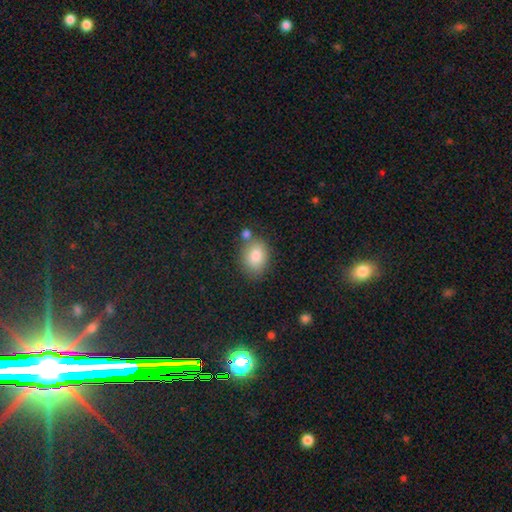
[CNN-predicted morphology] Smooth or featured?
  - smooth: 84% *
  - star or artifact: 8%
  - featured or disk: 8%
How rounded?
  - in between: 69% *
  - round: 30%
  - cigar-shaped: 1%
Merging?
  - none: 69% *
  - minor disturbance: 16%
  - merger: 11%
  - major disturbance: 4%